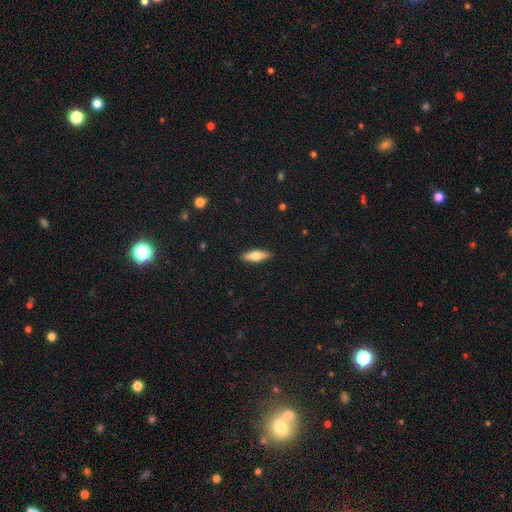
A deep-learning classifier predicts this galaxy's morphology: A smooth galaxy with no disk features (60%) that is cigar-shaped (51%).

Vote fractions:
- Smooth or featured? smooth: 60% / featured or disk: 35% / star or artifact: 6%
- How rounded? cigar-shaped: 51% / in between: 47% / round: 2%
- Merging? none: 90% / minor disturbance: 7% / major disturbance: 2% / merger: 1%